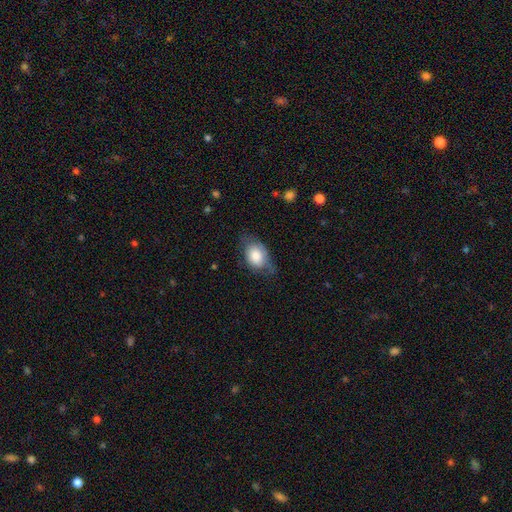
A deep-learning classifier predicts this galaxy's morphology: smooth_or_featured: smooth (p=0.71) [alt: featured or disk p=0.22]
how_rounded: in between (p=0.82) [alt: round p=0.16]
merging: none (p=0.50) [alt: minor disturbance p=0.34]